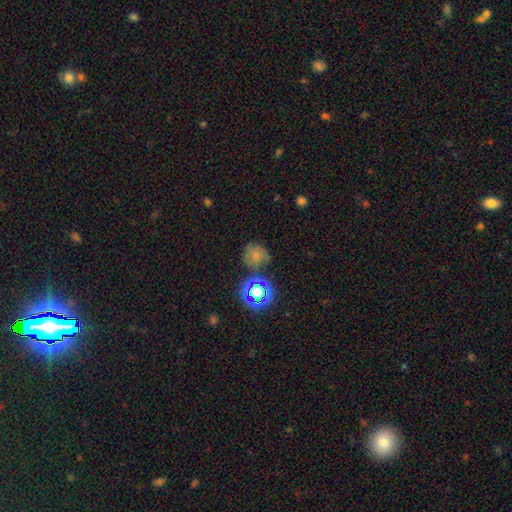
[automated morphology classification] smooth 58%, star or artifact 26%, featured or disk 16%. Down the decision tree: how rounded — round (82%); merging — none (63%).